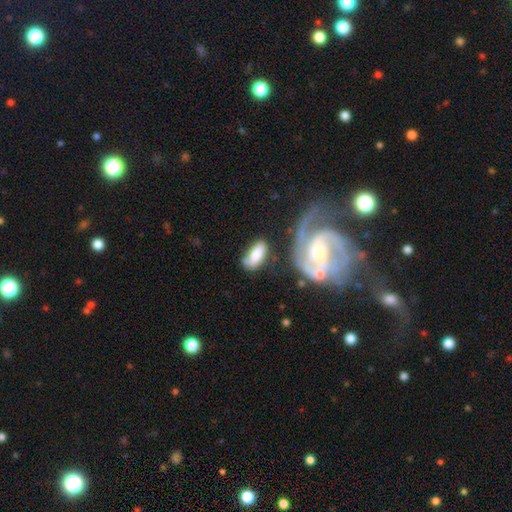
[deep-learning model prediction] The model was most divided on "merging": none: 53%, minor disturbance: 22%, merger: 14%, major disturbance: 10%. More confident: how rounded — in between (87%); smooth or featured — smooth (69%).